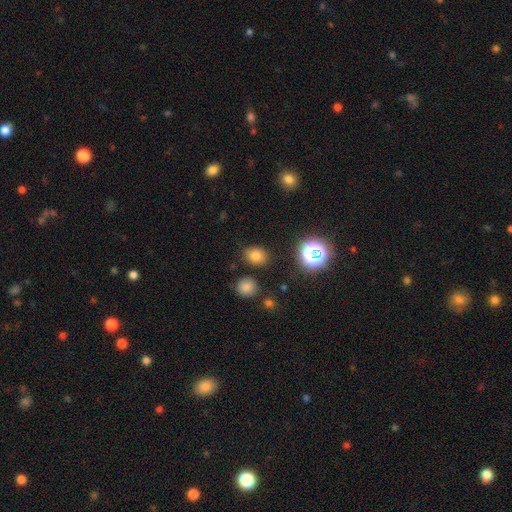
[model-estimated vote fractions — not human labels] Morphology: type=smooth (74%); roundness=in between (50%); merging=none (83%).